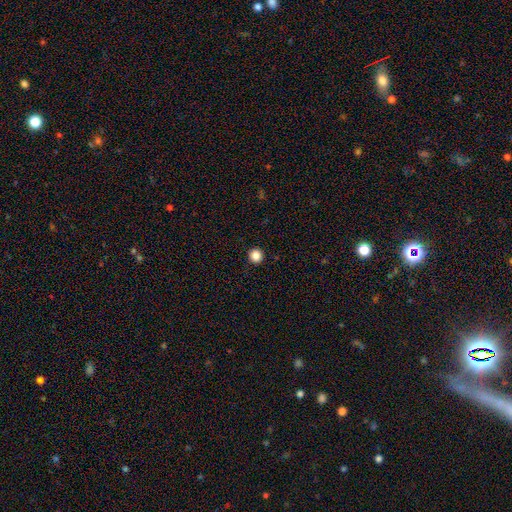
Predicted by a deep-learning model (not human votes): smooth-or-featured: smooth: 86% | star or artifact: 11% | featured or disk: 3%
  how-rounded: round: 95% | in between: 4% | cigar-shaped: 1%
  merging: none: 94% | minor disturbance: 4% | major disturbance: 1% | merger: 1%